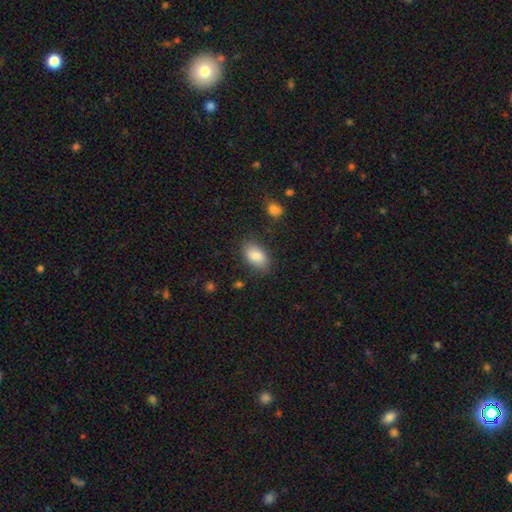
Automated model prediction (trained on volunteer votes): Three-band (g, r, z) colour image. It shows a smooth galaxy with no disk features (85%) that is in between round and cigar-shaped (91%). Merging: none (79%).